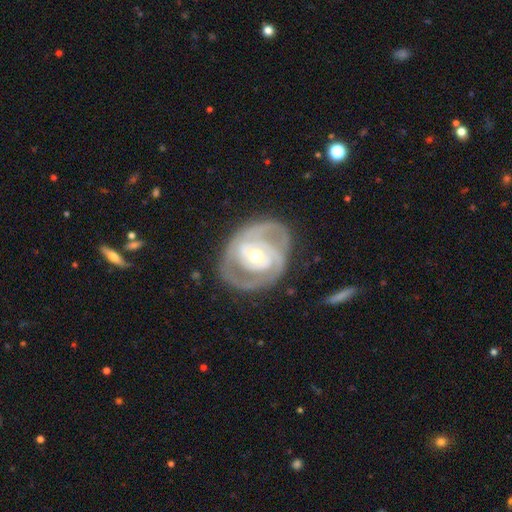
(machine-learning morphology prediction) Overall: featured or disk (85%). Edge-on disk: no (97%). Bar: no (64%; weak 26%). Spiral arms: yes (89%). Spiral arm count: 2 (50%; can't tell 19%). Spiral winding: tight (58%; medium 34%). Bulge size: moderate (62%; small 32%). Merging: none (69%).